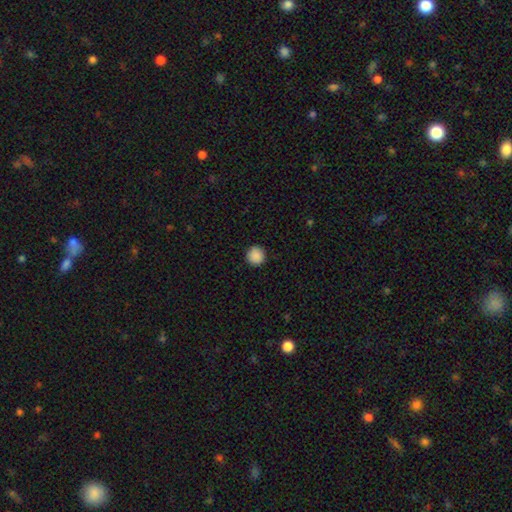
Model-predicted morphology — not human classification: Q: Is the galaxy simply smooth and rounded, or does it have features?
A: smooth — 89%.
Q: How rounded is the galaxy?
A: round — 95%.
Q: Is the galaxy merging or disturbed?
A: none — 92%.